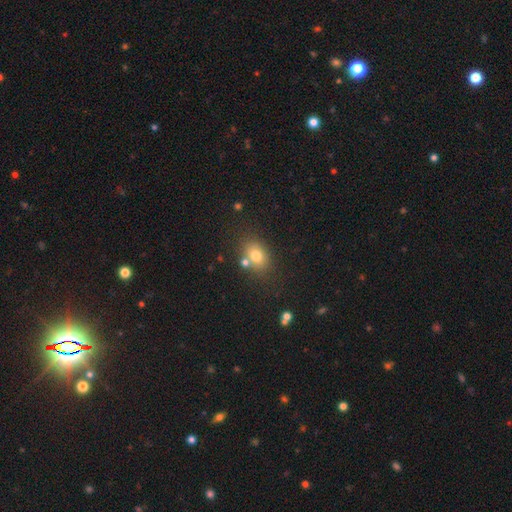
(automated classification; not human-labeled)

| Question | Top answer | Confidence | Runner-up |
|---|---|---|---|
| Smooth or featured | smooth | 76% | featured or disk (12%) |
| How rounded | in between | 64% | round (35%) |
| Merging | none | 67% | merger (15%) |